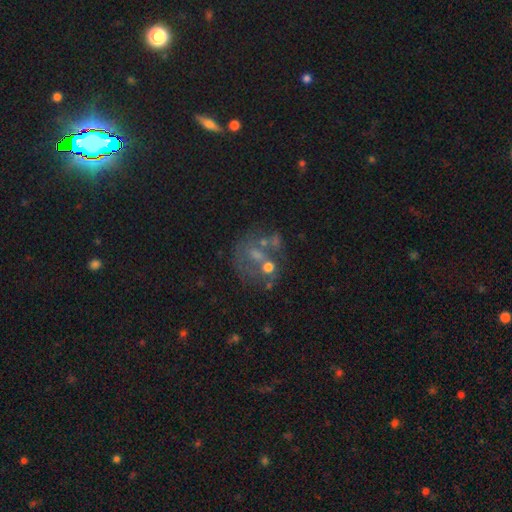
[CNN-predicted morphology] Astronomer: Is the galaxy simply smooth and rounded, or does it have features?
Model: featured or disk — 49% (runner-up: smooth, 30%).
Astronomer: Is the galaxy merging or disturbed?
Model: none — 43% (runner-up: merger, 25%).